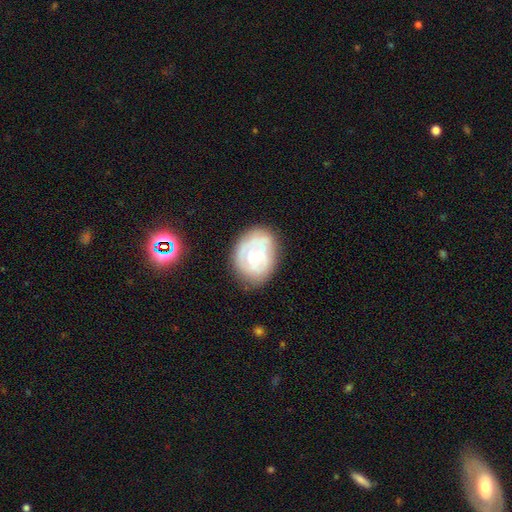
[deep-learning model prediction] Overall: featured or disk (60%; smooth 33%). Edge-on disk: no (97%). Bar: no (66%; weak 28%). Spiral arms: yes (52%; no 48%). Bulge size: small (47%; moderate 42%). Merging: none (60%; minor disturbance 25%).